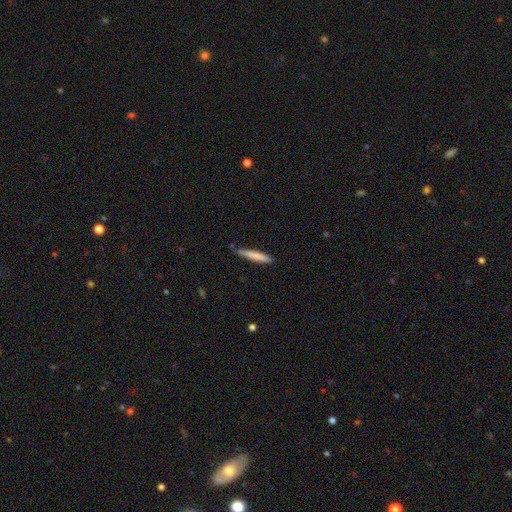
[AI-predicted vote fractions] Overall: smooth (74%). How rounded: cigar-shaped (94%). Merging: none (79%).